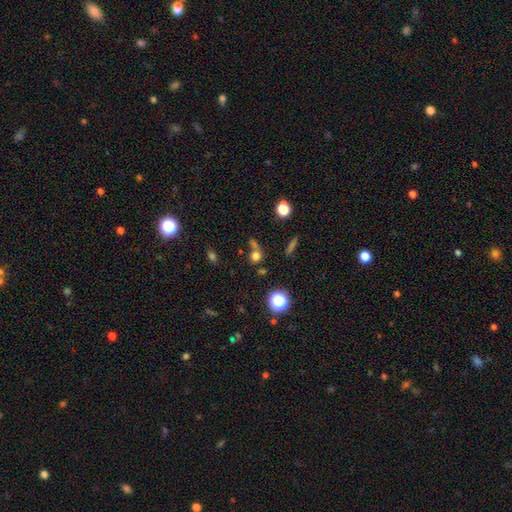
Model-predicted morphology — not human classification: smooth 70%, star or artifact 19%, featured or disk 10%. Down the decision tree: how rounded — round (78%); merging — none (48%).